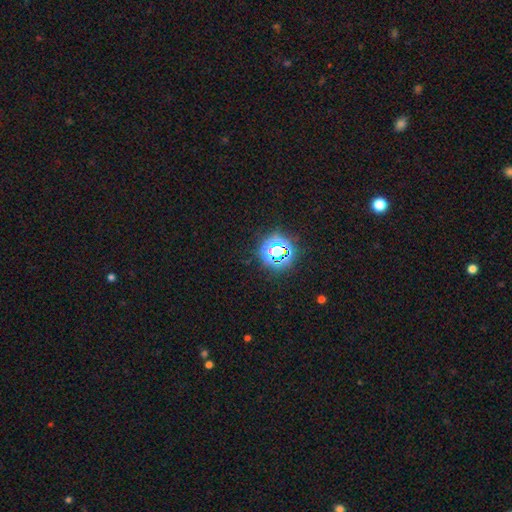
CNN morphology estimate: This is likely a star or artifact rather than a galaxy (79%).